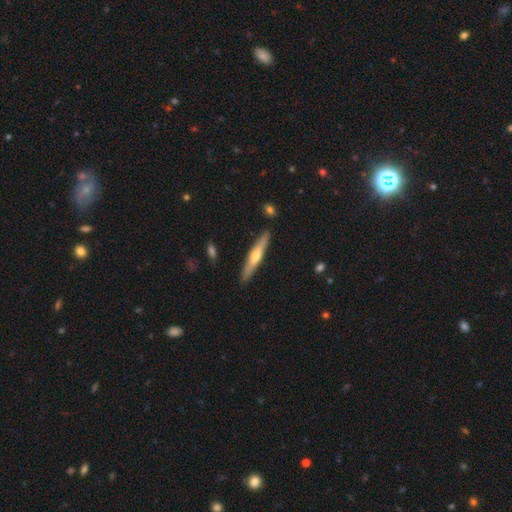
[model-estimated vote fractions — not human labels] Overall: featured or disk (57%; smooth 37%). Edge-on disk: yes (95%). Edge-on bulge: rounded (86%). Merging: none (89%).